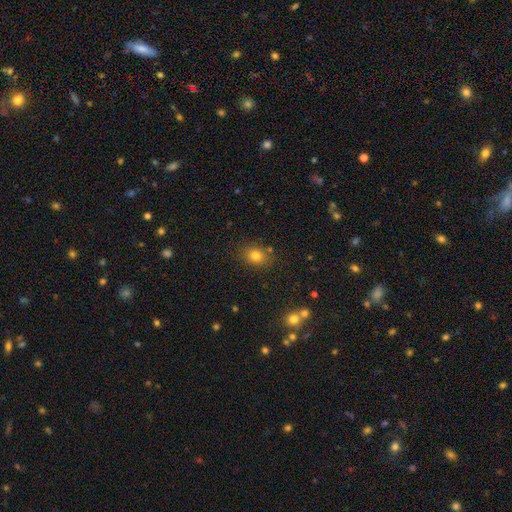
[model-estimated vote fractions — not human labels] A smooth galaxy with no disk features (79%) that is round (58%).

Vote fractions:
- Smooth or featured? smooth: 79% / star or artifact: 14% / featured or disk: 8%
- How rounded? round: 58% / in between: 41% / cigar-shaped: 1%
- Merging? none: 80% / minor disturbance: 12% / merger: 5% / major disturbance: 4%